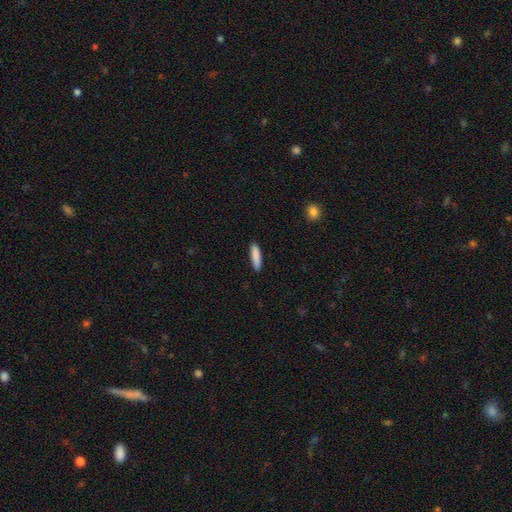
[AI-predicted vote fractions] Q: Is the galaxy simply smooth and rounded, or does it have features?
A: smooth — 88%.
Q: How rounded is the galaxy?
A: cigar-shaped — 79%.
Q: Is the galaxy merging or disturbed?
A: none — 89%.